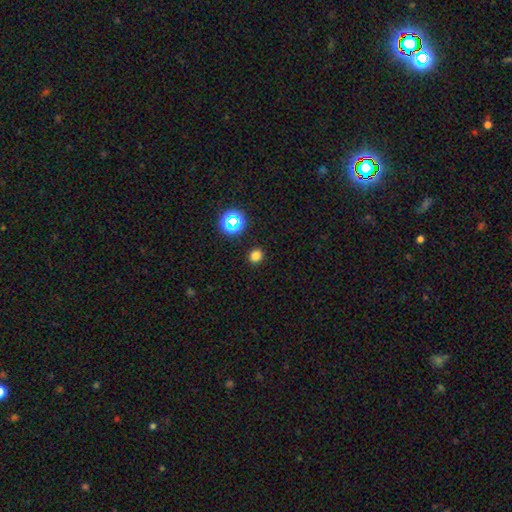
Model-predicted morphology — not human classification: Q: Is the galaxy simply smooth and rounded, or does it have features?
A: smooth — 77%.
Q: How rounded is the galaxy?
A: round — 74%.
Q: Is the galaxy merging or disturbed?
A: none — 90%.